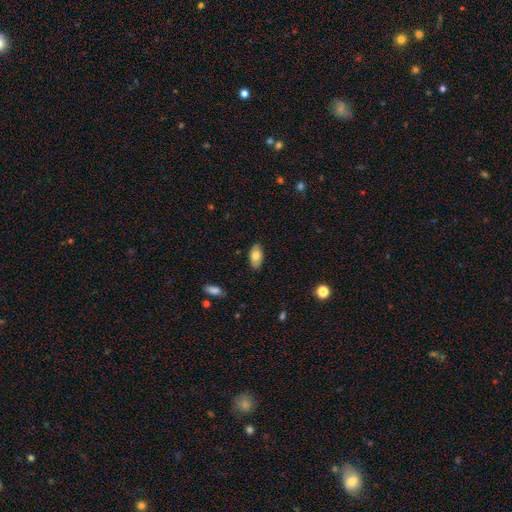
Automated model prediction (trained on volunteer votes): This appears to be a smooth galaxy with no disk features (75%) that is in between round and cigar-shaped (94%). Merging: none (85%).